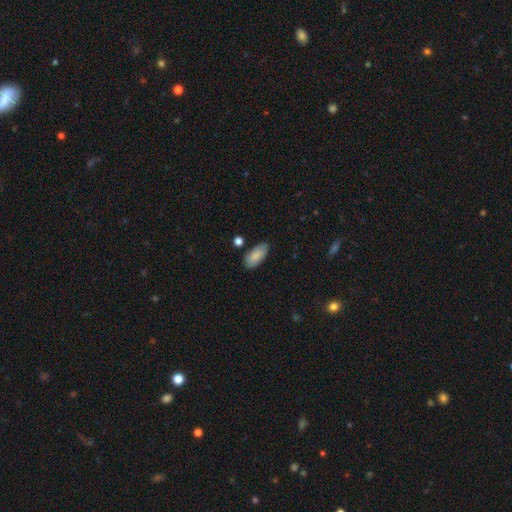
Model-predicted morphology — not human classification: A smooth galaxy with no disk features (83%) that is in between round and cigar-shaped (91%).

Vote fractions:
- Smooth or featured? smooth: 83% / featured or disk: 10% / star or artifact: 6%
- How rounded? in between: 91% / cigar-shaped: 6% / round: 2%
- Merging? none: 77% / minor disturbance: 17% / merger: 3% / major disturbance: 3%